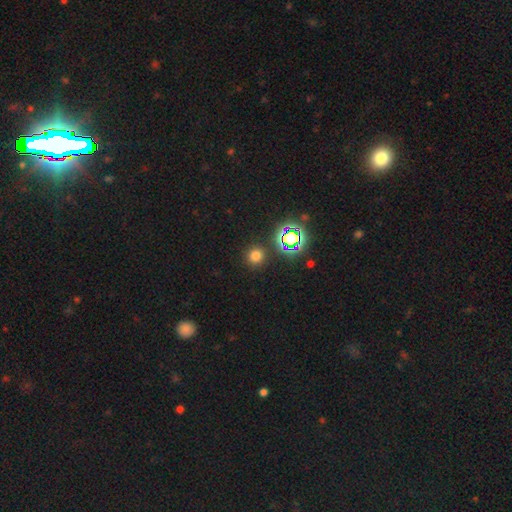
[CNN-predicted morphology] smooth-or-featured: smooth: 68% | star or artifact: 26% | featured or disk: 6%
  how-rounded: round: 92% | in between: 7% | cigar-shaped: 1%
  merging: none: 89% | minor disturbance: 6% | major disturbance: 3% | merger: 3%